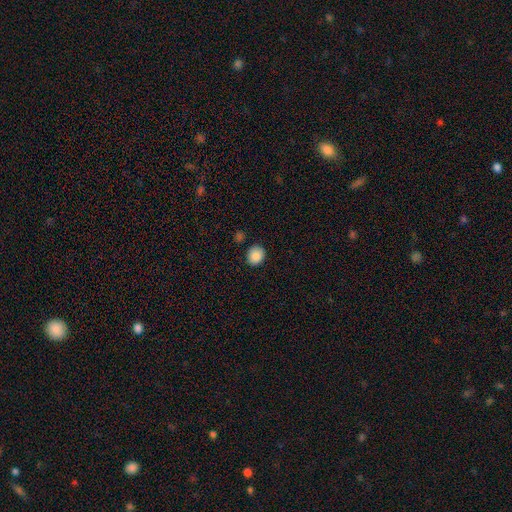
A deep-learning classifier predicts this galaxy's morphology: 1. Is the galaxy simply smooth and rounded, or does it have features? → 88% smooth, 9% star or artifact, 3% featured or disk.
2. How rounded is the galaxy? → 75% round, 25% in between, 1% cigar-shaped.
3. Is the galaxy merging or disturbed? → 85% none, 10% minor disturbance, 3% merger, 3% major disturbance.